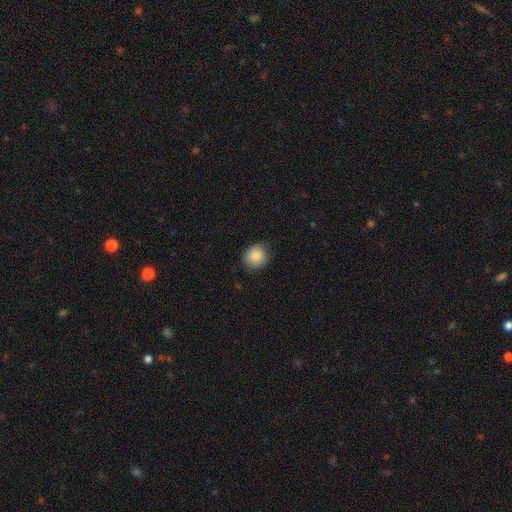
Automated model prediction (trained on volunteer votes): This appears to be a smooth galaxy with no disk features (86%) that is round (77%). Merging: none (80%).